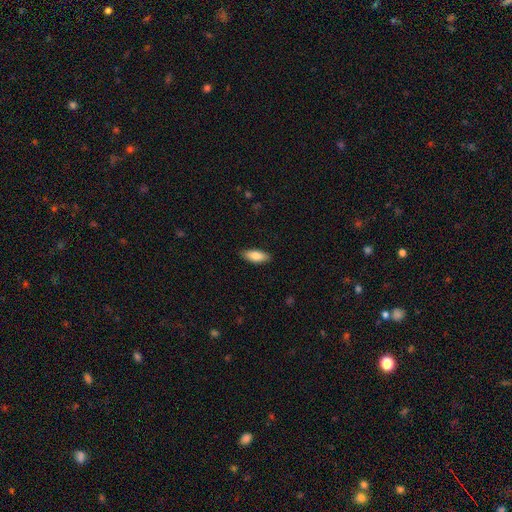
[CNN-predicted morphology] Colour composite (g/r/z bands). It shows a smooth galaxy with no disk features (81%) that is in between round and cigar-shaped (79%). Merging: none (88%).